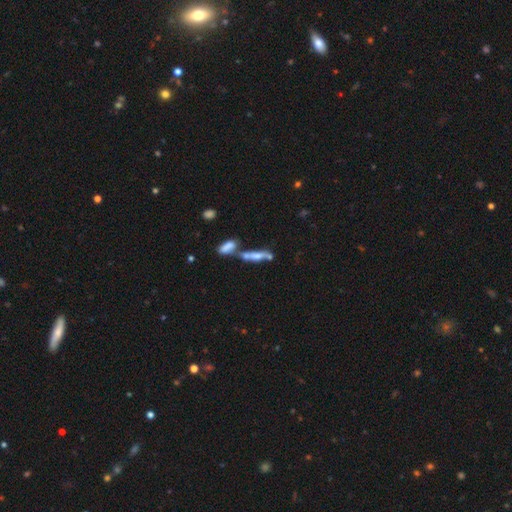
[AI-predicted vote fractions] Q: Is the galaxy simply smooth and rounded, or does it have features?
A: featured or disk — 45%, tied with smooth.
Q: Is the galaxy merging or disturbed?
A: merger — 42%.